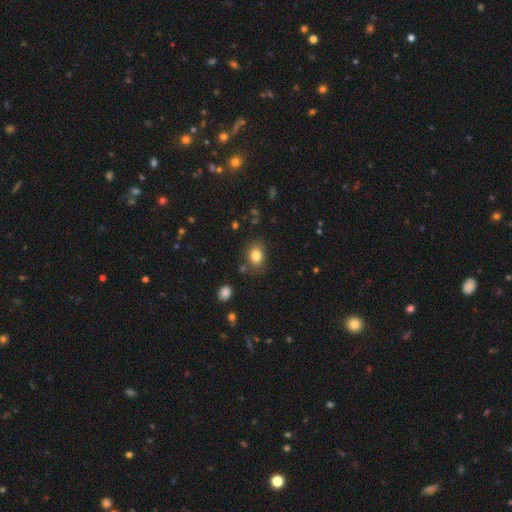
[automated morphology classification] smooth 82%, star or artifact 11%, featured or disk 7%. Down the decision tree: how rounded — in between (53%); merging — none (79%).